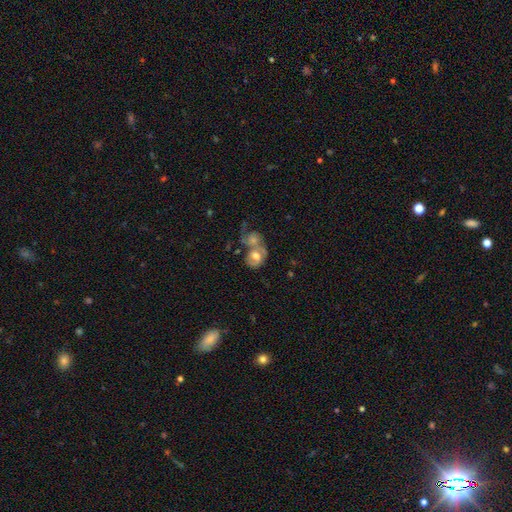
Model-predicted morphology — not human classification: Q: Smooth or featured?
A: featured or disk (48%); runner-up: smooth (44%)
Q: Merging?
A: merger (64%); runner-up: none (18%)